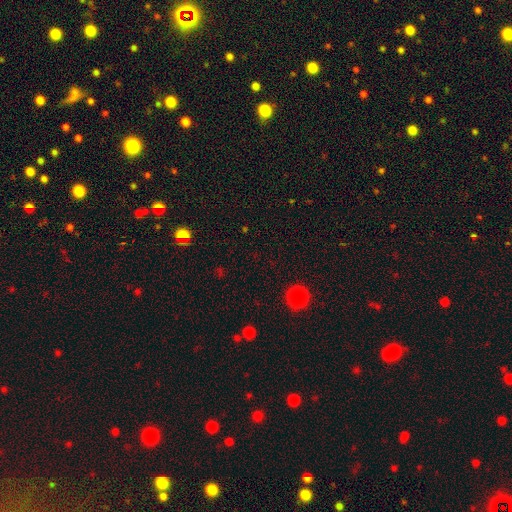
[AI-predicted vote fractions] Morphology: type=star or artifact (55%).